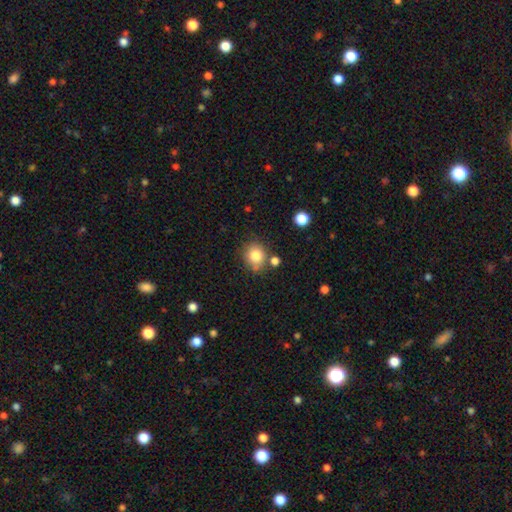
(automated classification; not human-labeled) The model was most divided on "merging": none: 71%, minor disturbance: 13%, merger: 11%, major disturbance: 4%. More confident: smooth or featured — smooth (81%); how rounded — round (80%).